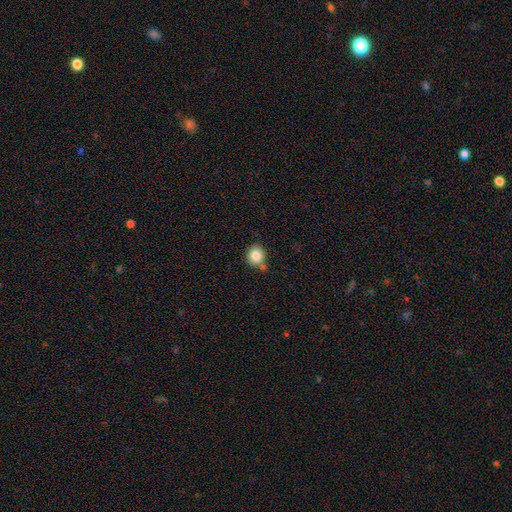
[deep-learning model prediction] smooth-or-featured: smooth: 83% | star or artifact: 10% | featured or disk: 7%
  how-rounded: round: 86% | in between: 13% | cigar-shaped: 1%
  merging: none: 69% | minor disturbance: 14% | merger: 13% | major disturbance: 4%